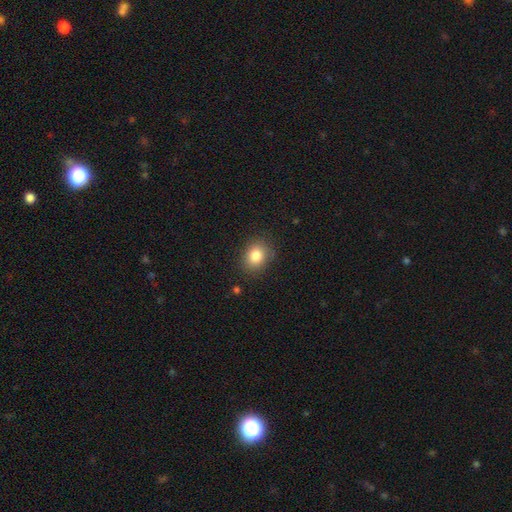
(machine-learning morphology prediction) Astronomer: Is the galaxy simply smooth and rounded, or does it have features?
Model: smooth — 83%.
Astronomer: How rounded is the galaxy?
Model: round — 54% (runner-up: in between, 45%).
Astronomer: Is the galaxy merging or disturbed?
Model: none — 85%.